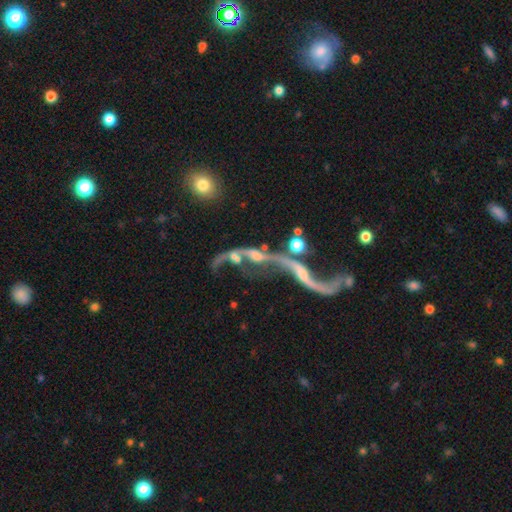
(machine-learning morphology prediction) smooth_or_featured: featured or disk (p=0.64) [alt: smooth p=0.20]
disk_edge_on: no (p=0.81) [alt: yes p=0.19]
bar: no (p=0.65) [alt: weak p=0.24]
has_spiral_arms: yes (p=0.53) [alt: no p=0.47]
bulge_size: none (p=0.37) [alt: small p=0.29]
merging: merger (p=0.60) [alt: major disturbance p=0.19]